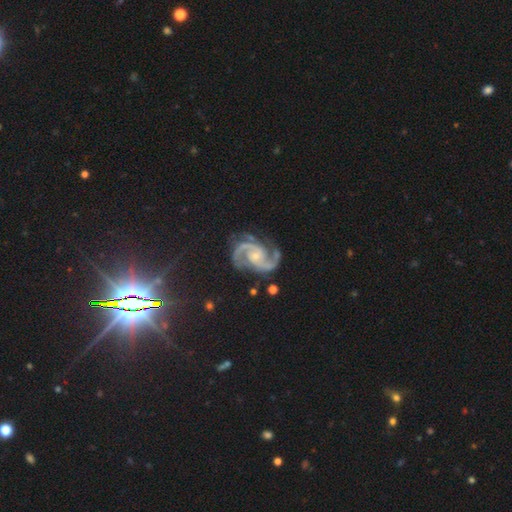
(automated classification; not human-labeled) This is clearly a featured or disk galaxy (92%). It is clearly not viewed edge-on (98%). Bar: likely no (60%). Spiral arm pattern: clearly yes (99%). Spiral arm count: clearly 2 (82%). Spiral winding: likely medium (62%). Central bulge: likely small (66%). Merging: likely none (70%).